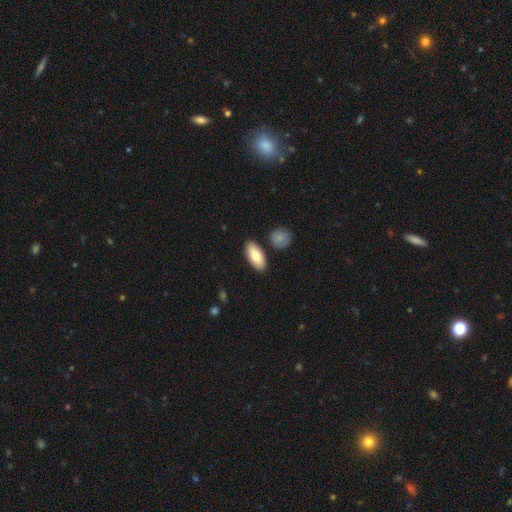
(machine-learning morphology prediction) The model was most divided on "smooth or featured": smooth: 78%, featured or disk: 16%, star or artifact: 6%. More confident: how rounded — in between (86%); merging — none (85%).